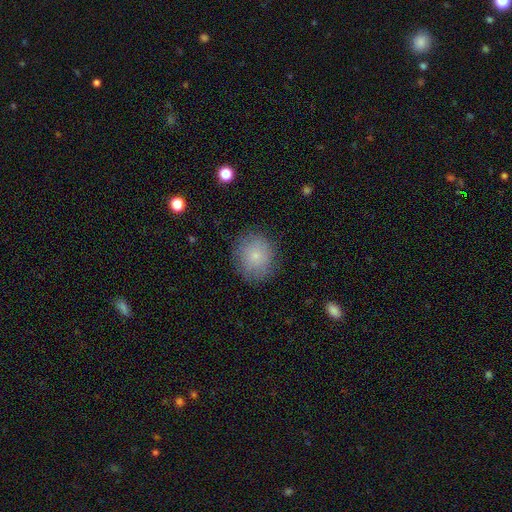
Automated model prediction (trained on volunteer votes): The model was most divided on "smooth or featured": smooth: 78%, featured or disk: 13%, star or artifact: 9%. More confident: how rounded — round (82%); merging — none (81%).